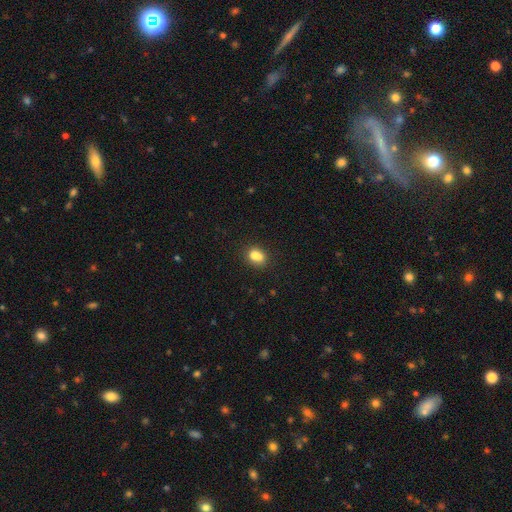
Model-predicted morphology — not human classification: Smooth or featured? Predicted: smooth (p=0.75). How rounded? Predicted: in between (p=0.52). Merging? Predicted: none (p=0.44).